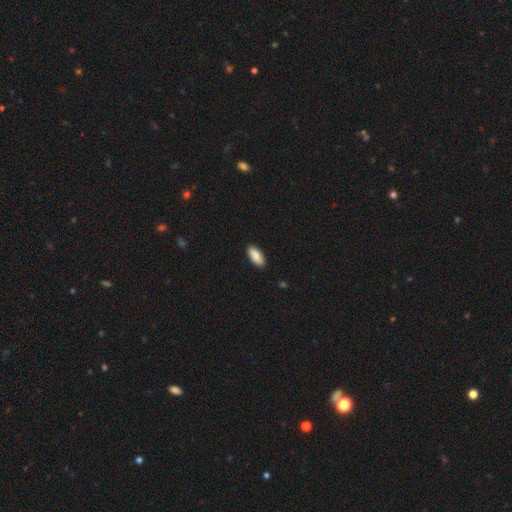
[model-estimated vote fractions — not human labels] Smooth or featured? Predicted: smooth (p=0.89). How rounded? Predicted: in between (p=0.90). Merging? Predicted: none (p=0.88).